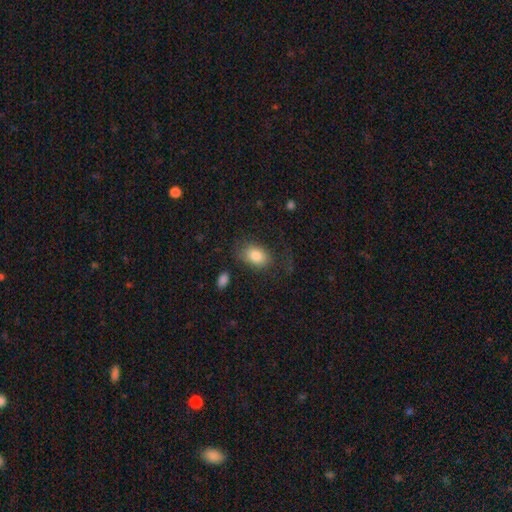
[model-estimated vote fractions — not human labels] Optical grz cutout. It shows a smooth galaxy with no disk features (83%) that is in between round and cigar-shaped (83%). Merging: none (62%).